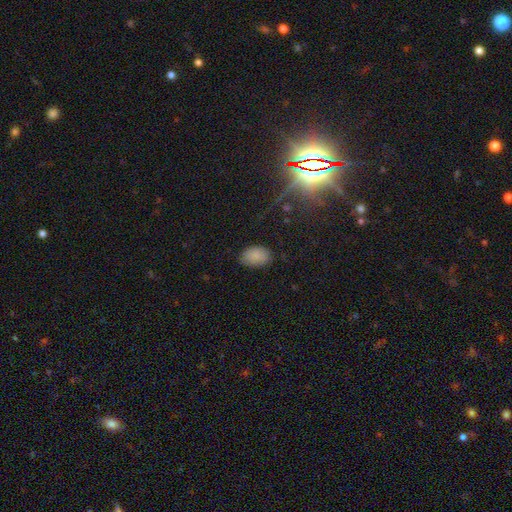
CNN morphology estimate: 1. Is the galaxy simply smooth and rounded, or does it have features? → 84% smooth, 9% star or artifact, 6% featured or disk.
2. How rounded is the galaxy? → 88% in between, 11% round, 1% cigar-shaped.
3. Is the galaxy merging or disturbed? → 80% none, 15% minor disturbance, 4% major disturbance, 1% merger.